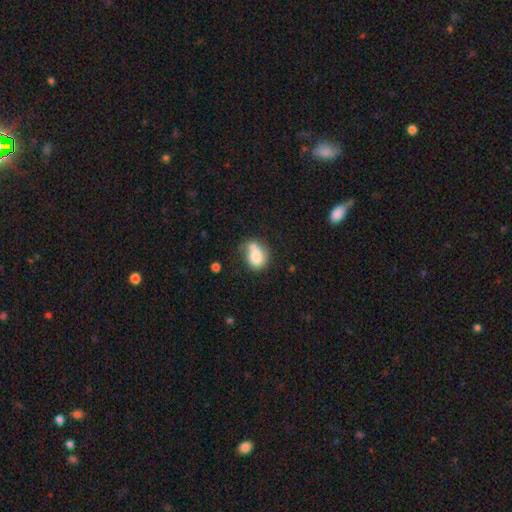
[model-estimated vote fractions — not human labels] A smooth galaxy with no disk features (71%) that is in between round and cigar-shaped (51%).

Vote fractions:
- Smooth or featured? smooth: 71% / featured or disk: 20% / star or artifact: 8%
- How rounded? in between: 51% / round: 47% / cigar-shaped: 1%
- Merging? merger: 38% / none: 32% / minor disturbance: 19% / major disturbance: 12%